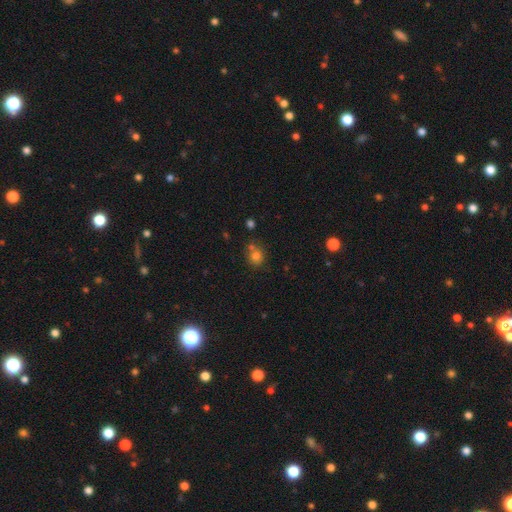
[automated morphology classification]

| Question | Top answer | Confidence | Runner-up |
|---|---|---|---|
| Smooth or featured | smooth | 78% | star or artifact (14%) |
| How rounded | round | 81% | in between (18%) |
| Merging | none | 59% | merger (25%) |